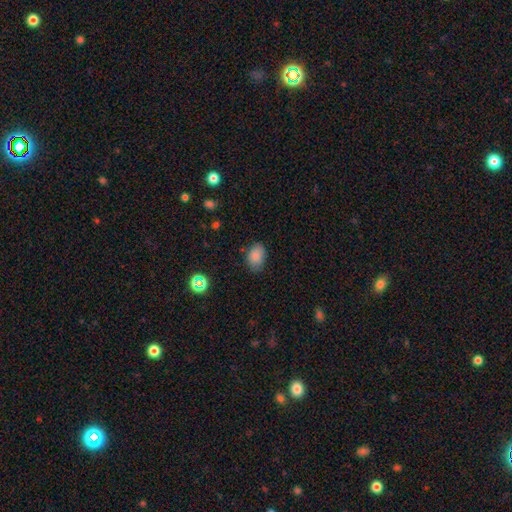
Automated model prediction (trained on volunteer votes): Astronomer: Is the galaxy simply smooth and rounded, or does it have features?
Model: smooth — 84%.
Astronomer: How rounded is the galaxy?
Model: in between — 80%.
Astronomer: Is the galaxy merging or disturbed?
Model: none — 76%.